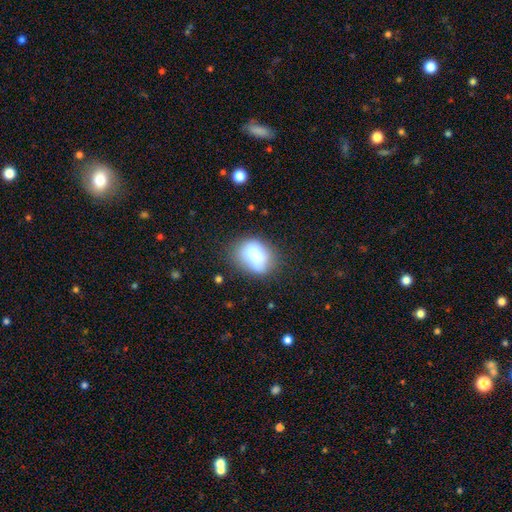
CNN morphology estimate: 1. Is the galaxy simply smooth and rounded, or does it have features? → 75% smooth, 15% featured or disk, 10% star or artifact.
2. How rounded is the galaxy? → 57% in between, 42% round, 1% cigar-shaped.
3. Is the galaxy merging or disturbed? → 67% none, 22% minor disturbance, 7% major disturbance, 4% merger.